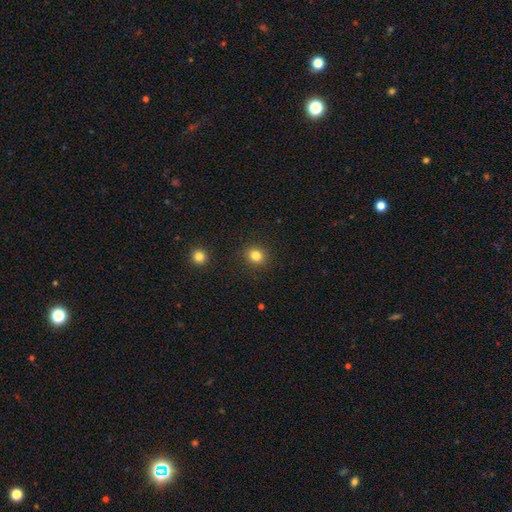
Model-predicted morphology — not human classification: Overall: smooth (83%). How rounded: round (86%). Merging: none (90%).